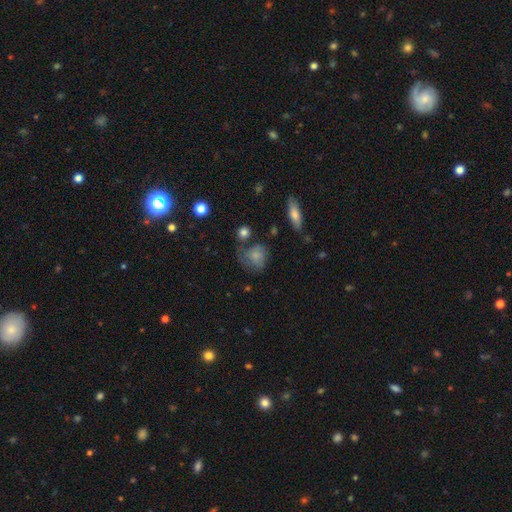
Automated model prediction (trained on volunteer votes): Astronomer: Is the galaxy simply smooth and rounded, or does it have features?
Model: smooth — 71%.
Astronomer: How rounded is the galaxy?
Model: round — 66%.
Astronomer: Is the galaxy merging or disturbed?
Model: none — 48% (runner-up: minor disturbance, 28%).